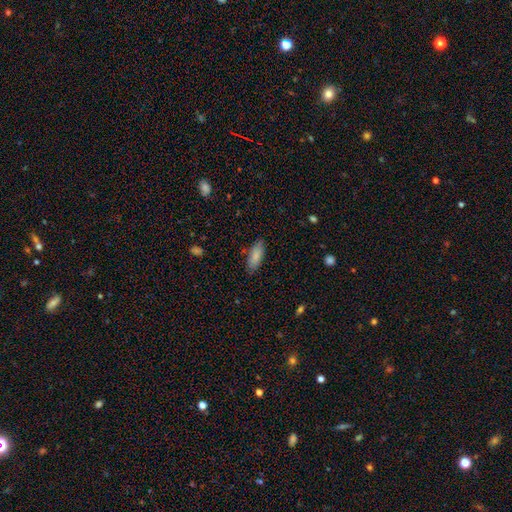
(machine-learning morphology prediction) smooth_or_featured: smooth (p=0.84) [alt: featured or disk p=0.10]
how_rounded: in between (p=0.76) [alt: cigar-shaped p=0.22]
merging: none (p=0.82) [alt: minor disturbance p=0.14]